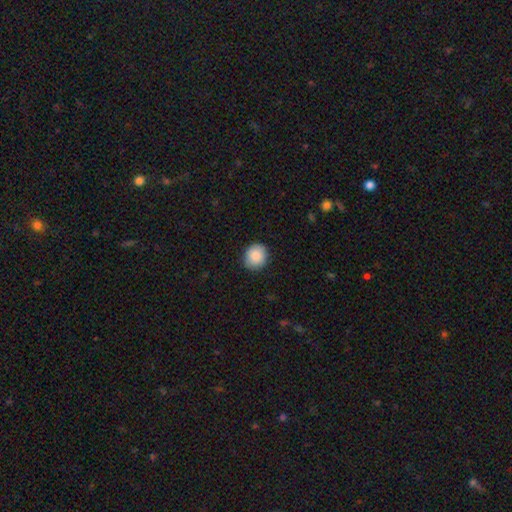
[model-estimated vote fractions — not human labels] A smooth galaxy with no disk features (89%) that is round (80%).

Vote fractions:
- Smooth or featured? smooth: 89% / star or artifact: 7% / featured or disk: 4%
- How rounded? round: 80% / in between: 19% / cigar-shaped: 1%
- Merging? none: 88% / minor disturbance: 9% / major disturbance: 2% / merger: 1%